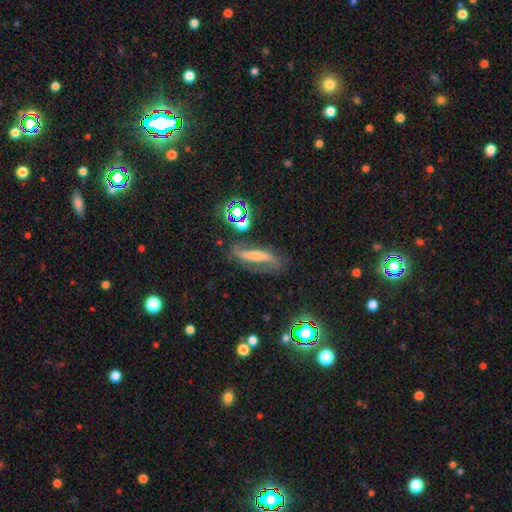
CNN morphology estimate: Smooth or featured: featured or disk — 68% (smooth — 18%)
Edge-on disk: no — 71% (yes — 29%)
Merging: none — 67% (minor disturbance — 19%)